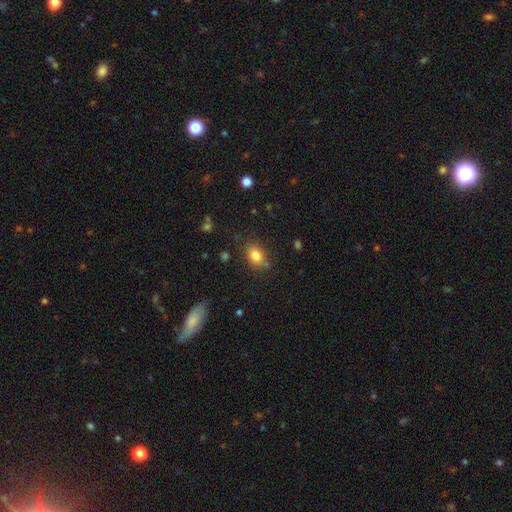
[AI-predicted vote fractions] Smooth or featured? Predicted: smooth (p=0.82). How rounded? Predicted: in between (p=0.73). Merging? Predicted: none (p=0.77).